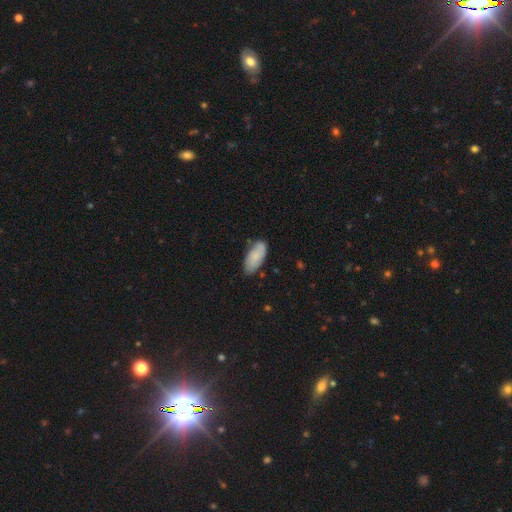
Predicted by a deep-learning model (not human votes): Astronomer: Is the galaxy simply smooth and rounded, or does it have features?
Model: smooth — 78%.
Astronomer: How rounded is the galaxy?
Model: in between — 89%.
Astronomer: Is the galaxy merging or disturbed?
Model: none — 71%.